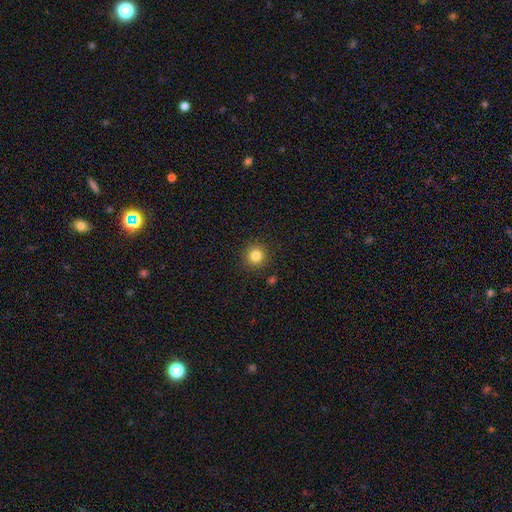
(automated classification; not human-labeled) smooth-or-featured: smooth: 83% | star or artifact: 12% | featured or disk: 5%
  how-rounded: round: 94% | in between: 5% | cigar-shaped: 1%
  merging: none: 90% | minor disturbance: 6% | major disturbance: 2% | merger: 2%